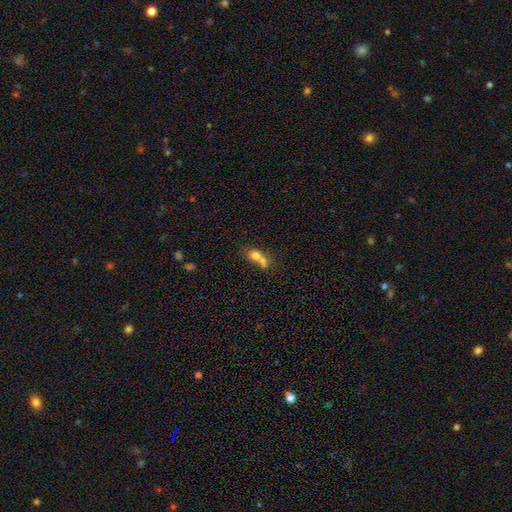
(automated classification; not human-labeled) smooth_or_featured: smooth (p=0.71) [alt: featured or disk p=0.18]
how_rounded: round (p=0.61) [alt: in between p=0.37]
merging: merger (p=0.67) [alt: none p=0.23]